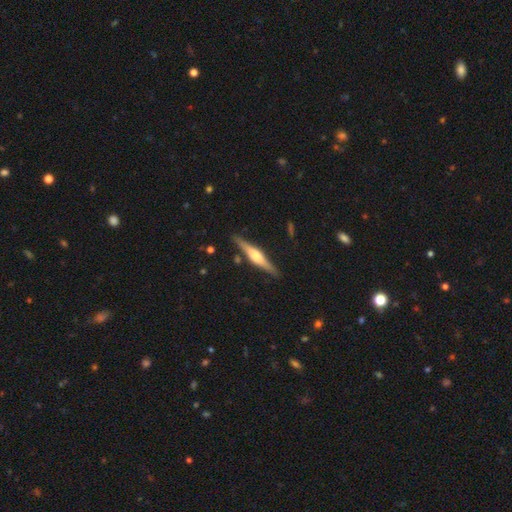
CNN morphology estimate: Overall: featured or disk (72%). Edge-on disk: yes (97%). Edge-on bulge: rounded (87%). Merging: none (87%).